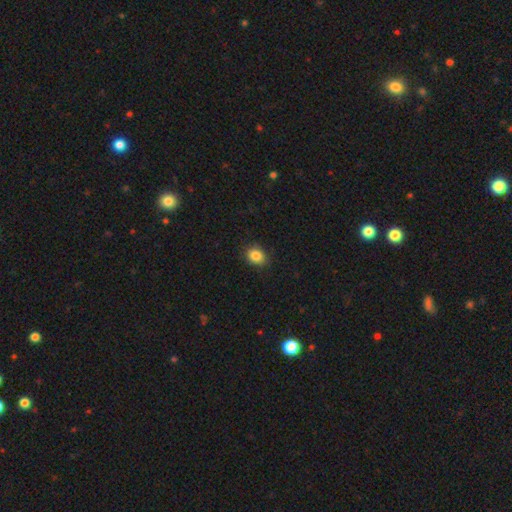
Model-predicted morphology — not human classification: Overall: smooth (85%). How rounded: round (50%; in between 49%). Merging: none (87%).